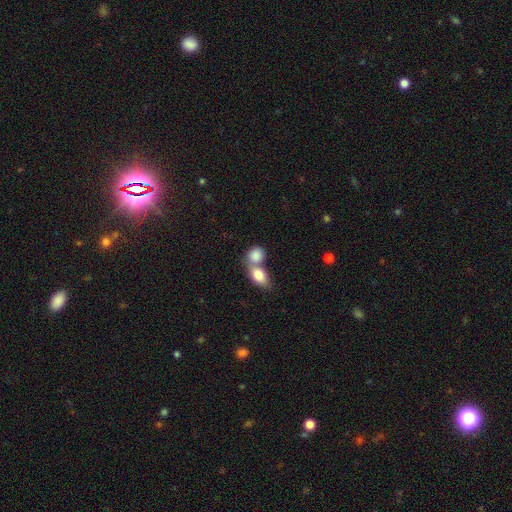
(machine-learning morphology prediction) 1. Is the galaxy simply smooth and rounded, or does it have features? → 84% smooth, 9% featured or disk, 7% star or artifact.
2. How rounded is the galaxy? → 57% in between, 40% round, 2% cigar-shaped.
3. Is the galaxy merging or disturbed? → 64% merger, 26% none, 7% minor disturbance, 3% major disturbance.